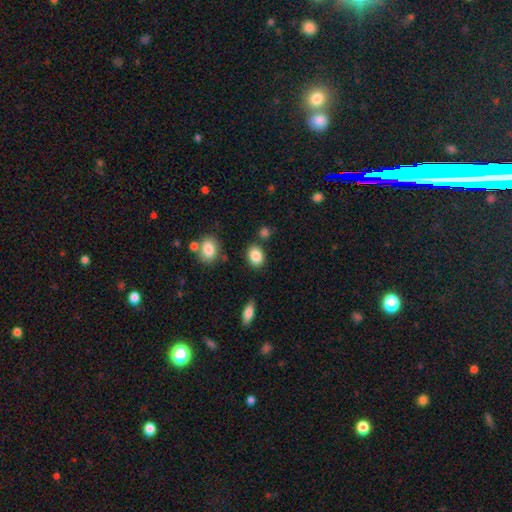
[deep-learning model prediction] Smooth or featured: smooth — 86% (star or artifact — 8%)
How rounded: in between — 63% (round — 35%)
Merging: none — 82% (minor disturbance — 10%)